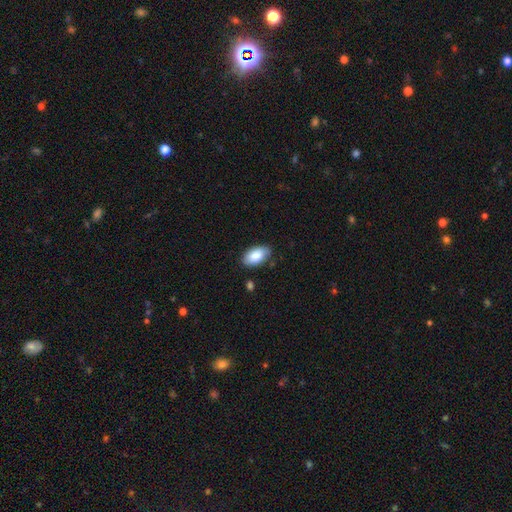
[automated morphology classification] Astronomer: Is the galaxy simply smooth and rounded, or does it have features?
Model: smooth — 85%.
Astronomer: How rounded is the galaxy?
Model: in between — 95%.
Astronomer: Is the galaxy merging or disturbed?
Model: none — 82%.